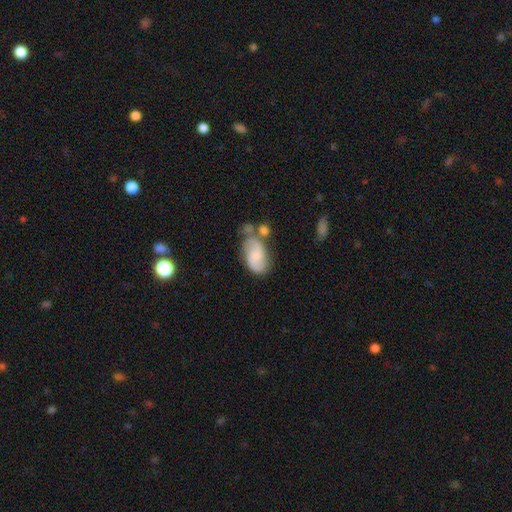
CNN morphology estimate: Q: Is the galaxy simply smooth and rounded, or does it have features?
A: featured or disk — 54%.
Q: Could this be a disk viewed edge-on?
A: no — 96%.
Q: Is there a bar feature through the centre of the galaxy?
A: no — 59%.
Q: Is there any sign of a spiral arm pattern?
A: yes — 88%.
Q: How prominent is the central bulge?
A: small — 39%.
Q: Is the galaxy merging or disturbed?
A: none — 39%.